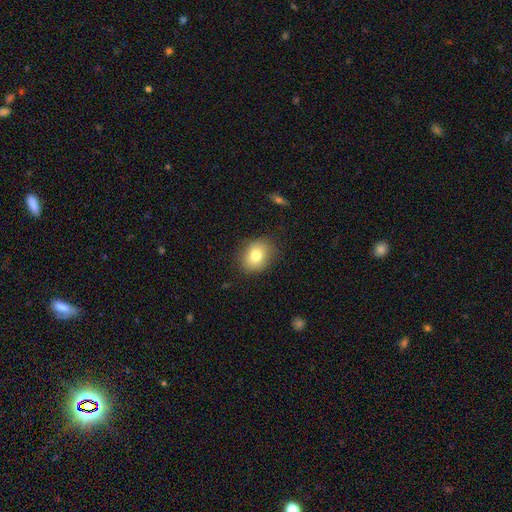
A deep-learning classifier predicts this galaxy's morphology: The model was most divided on "how rounded": in between: 50%, round: 49%, cigar-shaped: 1%. More confident: merging — none (84%); smooth or featured — smooth (78%).